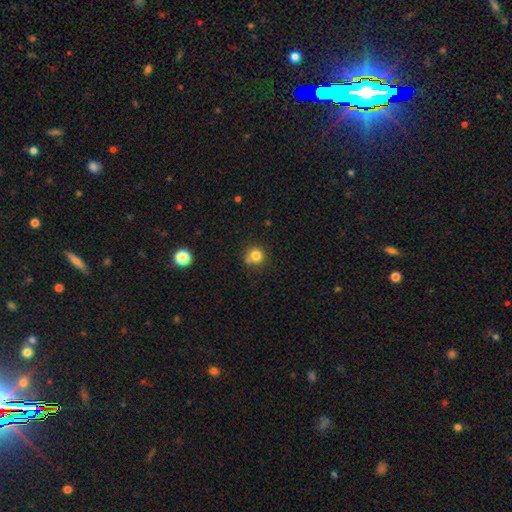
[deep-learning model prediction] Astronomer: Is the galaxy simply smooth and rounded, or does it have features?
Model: smooth — 81%.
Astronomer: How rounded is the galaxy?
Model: round — 92%.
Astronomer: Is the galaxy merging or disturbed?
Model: none — 71%.